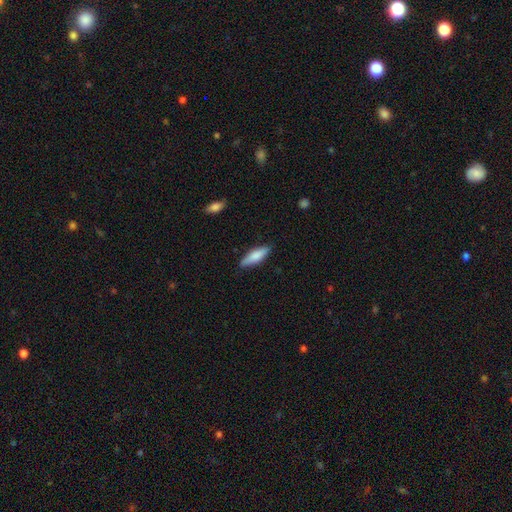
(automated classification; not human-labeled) The model was most divided on "how rounded": cigar-shaped: 51%, in between: 47%, round: 2%. More confident: merging — none (84%); smooth or featured — smooth (77%).